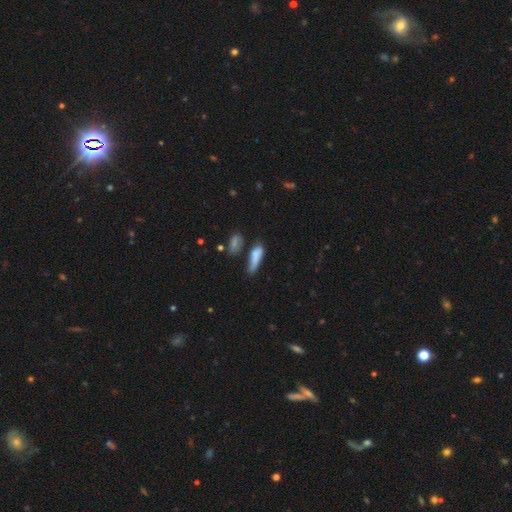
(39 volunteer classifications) Overall: smooth (77%). How rounded: cigar-shaped (63%; in between 30%). Merging: none (50%; minor disturbance 21%).